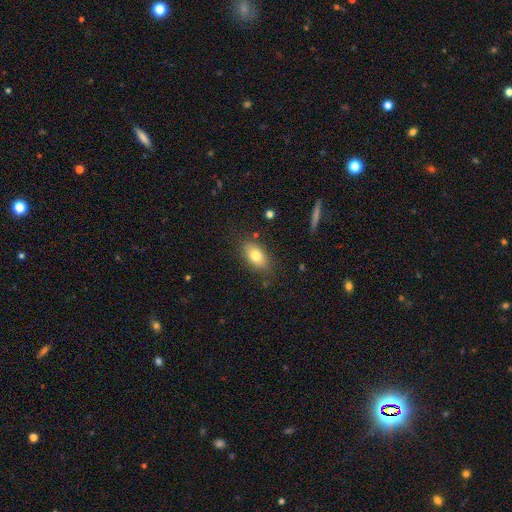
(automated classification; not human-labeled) Q: Smooth or featured?
A: smooth (78%); runner-up: featured or disk (14%)
Q: How rounded?
A: in between (88%); runner-up: round (8%)
Q: Merging?
A: none (81%); runner-up: minor disturbance (13%)